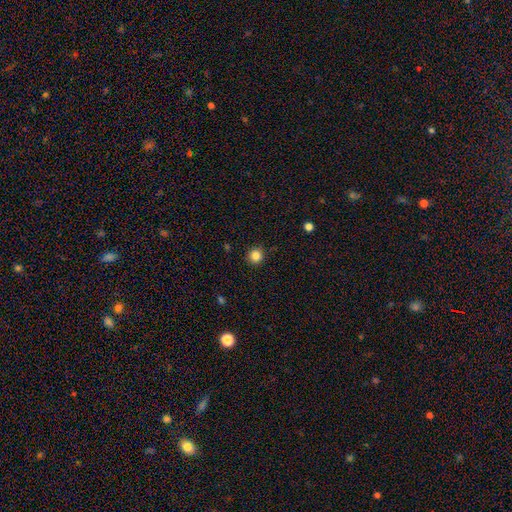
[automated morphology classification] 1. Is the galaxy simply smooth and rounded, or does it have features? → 84% smooth, 11% star or artifact, 4% featured or disk.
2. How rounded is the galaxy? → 94% round, 5% in between, 1% cigar-shaped.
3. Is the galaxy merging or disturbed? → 91% none, 6% minor disturbance, 2% major disturbance, 1% merger.